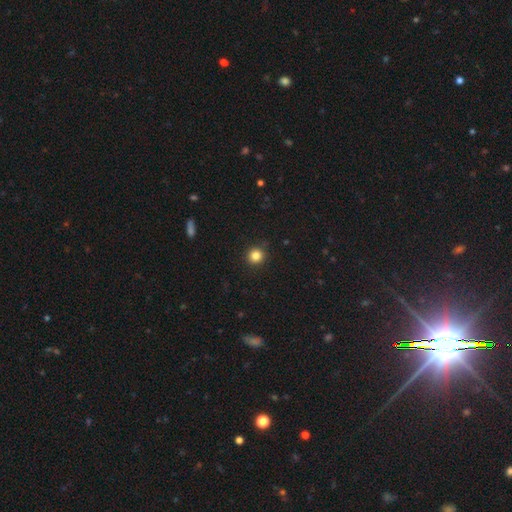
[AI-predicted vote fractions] The model was most divided on "smooth or featured": smooth: 84%, star or artifact: 12%, featured or disk: 5%. More confident: how rounded — round (95%); merging — none (92%).